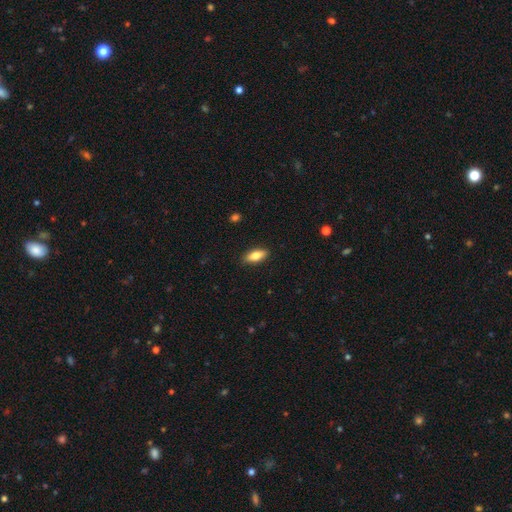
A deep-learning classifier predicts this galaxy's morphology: A smooth galaxy with no disk features (81%) that is in between round and cigar-shaped (82%). Merging: none (89%).